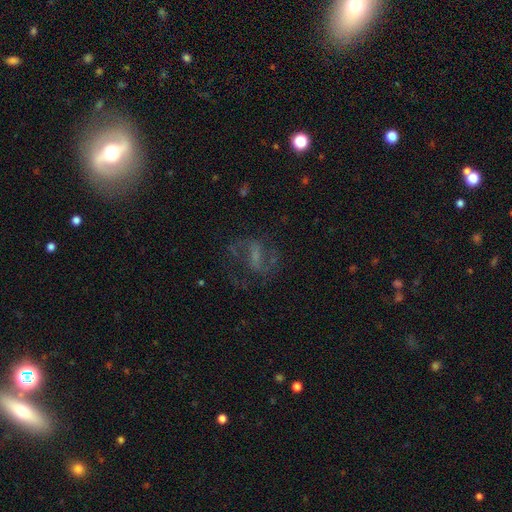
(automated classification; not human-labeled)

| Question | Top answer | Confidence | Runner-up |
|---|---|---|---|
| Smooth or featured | featured or disk | 64% | smooth (20%) |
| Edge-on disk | no | 95% | yes (5%) |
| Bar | weak | 43% | strong (36%) |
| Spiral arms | yes | 76% | no (24%) |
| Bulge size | none | 41% | small (33%) |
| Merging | none | 61% | major disturbance (21%) |